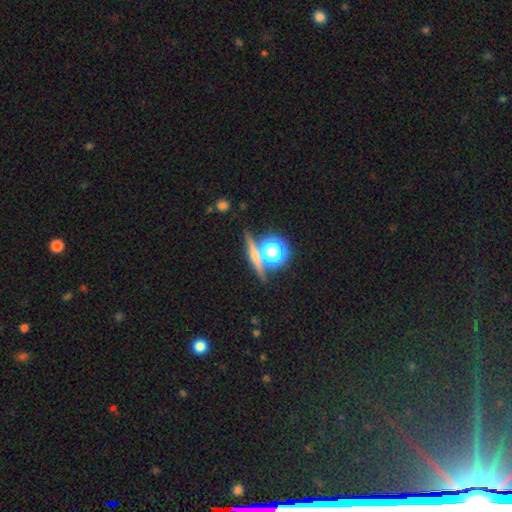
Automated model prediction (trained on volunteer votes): This is marginally a smooth galaxy (38%). Merging: likely none (70%).